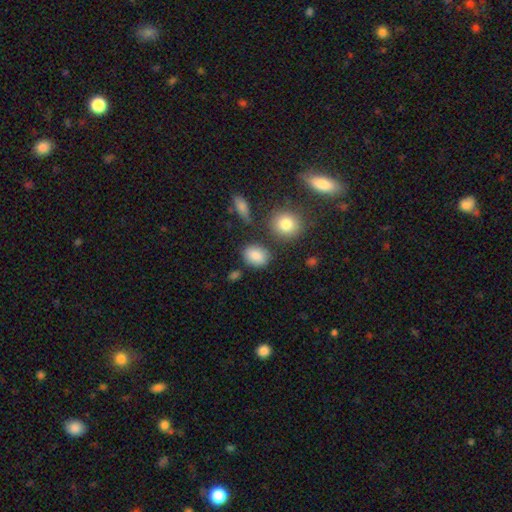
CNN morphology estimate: A smooth galaxy with no disk features (84%) that is in between round and cigar-shaped (64%).

Vote fractions:
- Smooth or featured? smooth: 84% / star or artifact: 9% / featured or disk: 7%
- How rounded? in between: 64% / round: 34% / cigar-shaped: 2%
- Merging? none: 78% / minor disturbance: 12% / merger: 6% / major disturbance: 4%